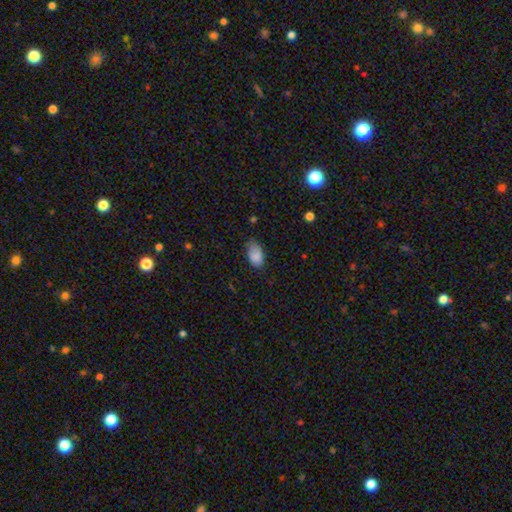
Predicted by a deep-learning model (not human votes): A smooth galaxy with no disk features (86%) that is in between round and cigar-shaped (92%).

Vote fractions:
- Smooth or featured? smooth: 86% / star or artifact: 8% / featured or disk: 6%
- How rounded? in between: 92% / round: 7% / cigar-shaped: 2%
- Merging? none: 59% / minor disturbance: 33% / major disturbance: 7% / merger: 1%